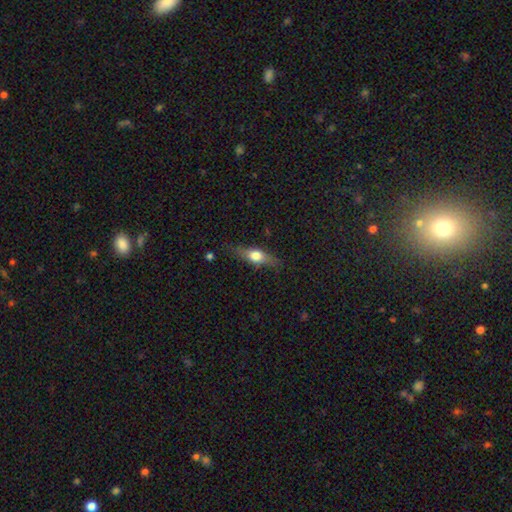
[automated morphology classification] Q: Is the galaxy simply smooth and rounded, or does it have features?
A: smooth — 54%.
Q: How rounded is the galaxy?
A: in between — 48%.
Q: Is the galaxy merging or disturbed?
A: none — 75%.